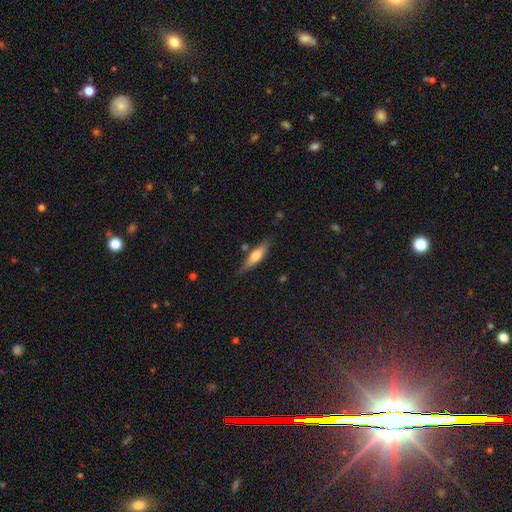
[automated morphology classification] type=smooth (59%); roundness=cigar-shaped (70%); merging=none (78%).